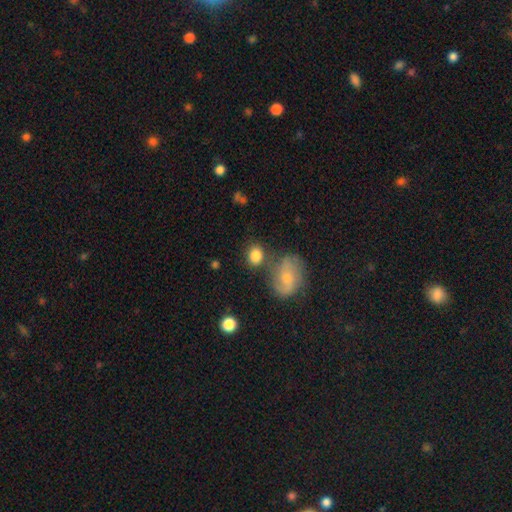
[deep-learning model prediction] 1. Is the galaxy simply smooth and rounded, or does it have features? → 82% smooth, 10% featured or disk, 8% star or artifact.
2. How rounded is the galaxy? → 51% round, 48% in between, 1% cigar-shaped.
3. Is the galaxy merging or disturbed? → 62% none, 17% merger, 15% minor disturbance, 6% major disturbance.